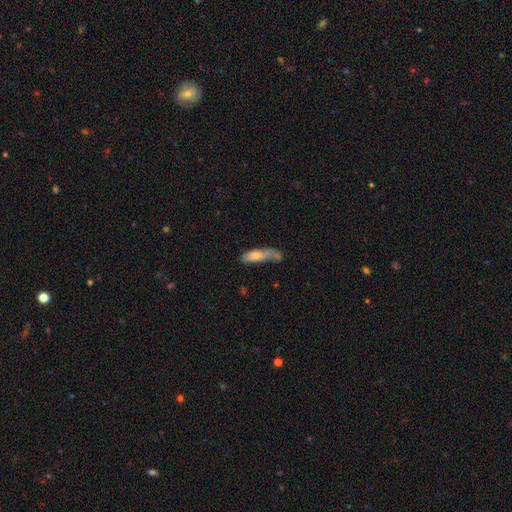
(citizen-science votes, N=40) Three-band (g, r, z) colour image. It shows a smooth galaxy with no disk features (70%) that is in between round and cigar-shaped (71%). Merging: merger (49%).